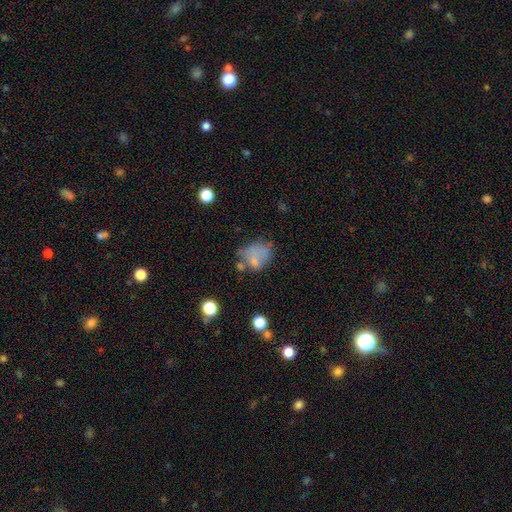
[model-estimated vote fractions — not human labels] smooth-or-featured: smooth: 65% | featured or disk: 22% | star or artifact: 13%
  how-rounded: in between: 56% | round: 43% | cigar-shaped: 1%
  merging: none: 36% | minor disturbance: 26% | major disturbance: 22% | merger: 16%